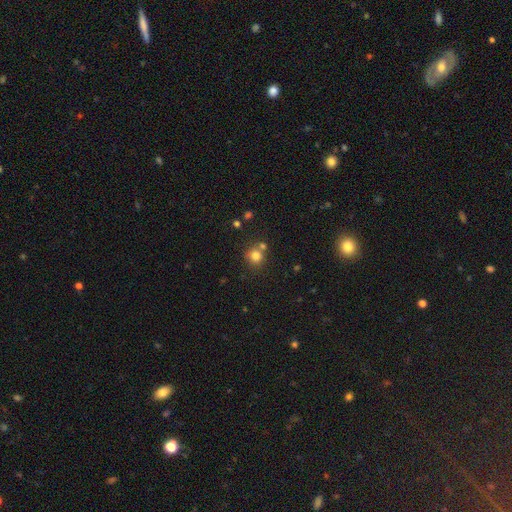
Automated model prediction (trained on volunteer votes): This appears to be a smooth galaxy with no disk features (79%) that is round (88%). Merging: none (66%).